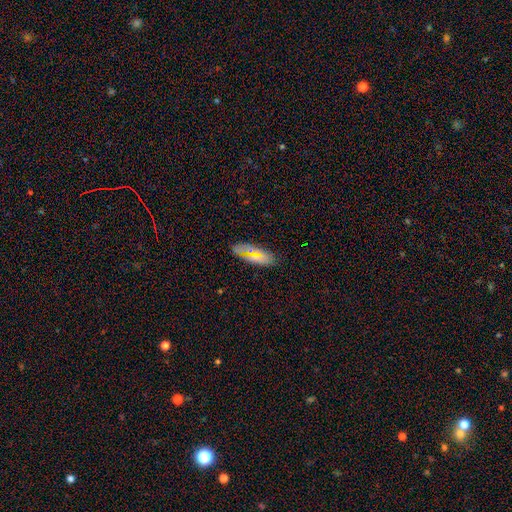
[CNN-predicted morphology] Smooth or featured? smooth (57%)
How rounded? in between (70%)
Merging? none (84%)